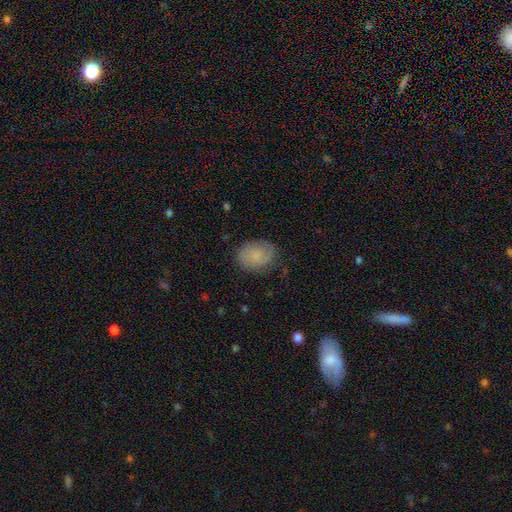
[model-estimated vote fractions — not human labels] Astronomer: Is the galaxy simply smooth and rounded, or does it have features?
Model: smooth — 58% (runner-up: featured or disk, 34%).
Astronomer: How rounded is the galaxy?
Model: in between — 57% (runner-up: round, 42%).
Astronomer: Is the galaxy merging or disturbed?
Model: none — 76%.